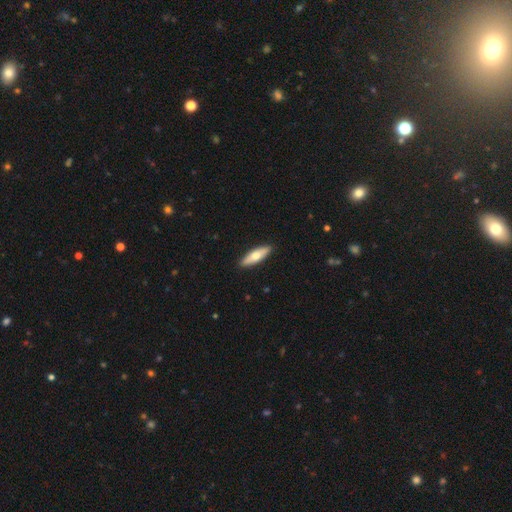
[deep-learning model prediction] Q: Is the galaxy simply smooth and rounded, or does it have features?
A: smooth — 61%.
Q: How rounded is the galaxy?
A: cigar-shaped — 59%.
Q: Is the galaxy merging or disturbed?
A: none — 91%.